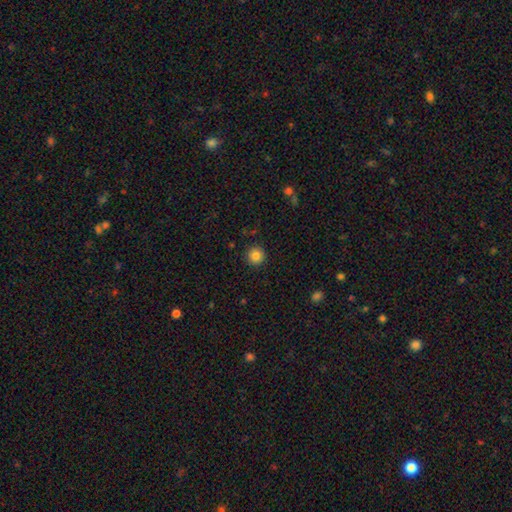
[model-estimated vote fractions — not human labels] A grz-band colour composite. It shows a smooth galaxy with no disk features (84%) that is round (96%). Merging: none (92%).